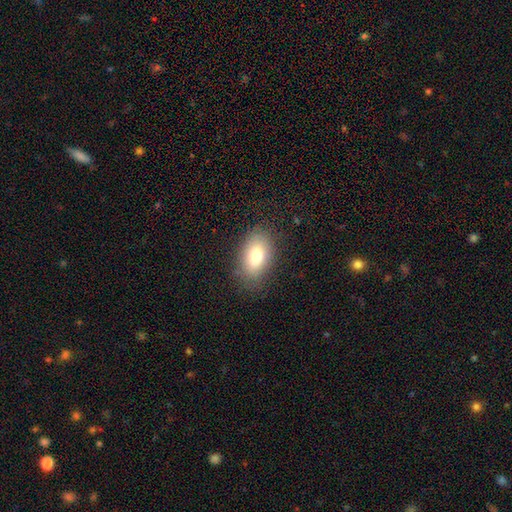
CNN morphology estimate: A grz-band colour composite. It shows a smooth galaxy with no disk features (77%) that is in between round and cigar-shaped (89%). Merging: none (82%).